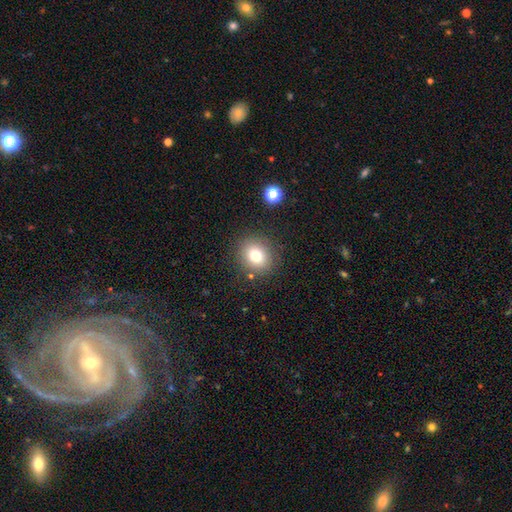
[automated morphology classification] This appears to be a smooth galaxy with no disk features (76%) that is round (73%). Merging: none (86%).